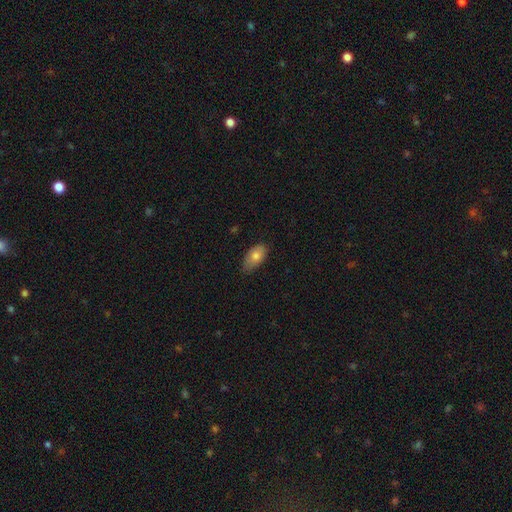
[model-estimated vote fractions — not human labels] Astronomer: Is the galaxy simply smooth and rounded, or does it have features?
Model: smooth — 79%.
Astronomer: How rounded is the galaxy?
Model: in between — 92%.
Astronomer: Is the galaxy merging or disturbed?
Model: none — 71%.